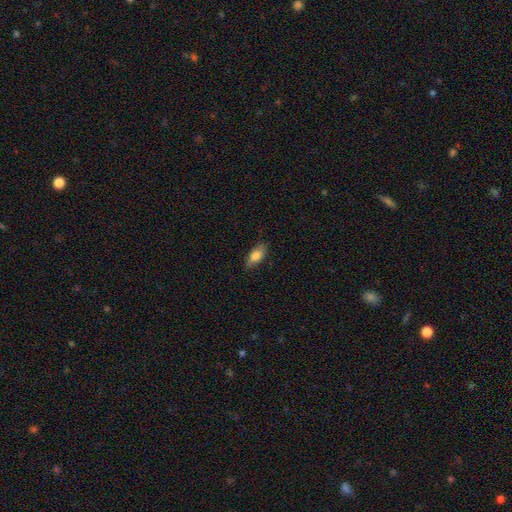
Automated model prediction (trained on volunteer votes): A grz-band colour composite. It shows a smooth galaxy with no disk features (80%) that is in between round and cigar-shaped (83%). Merging: none (81%).